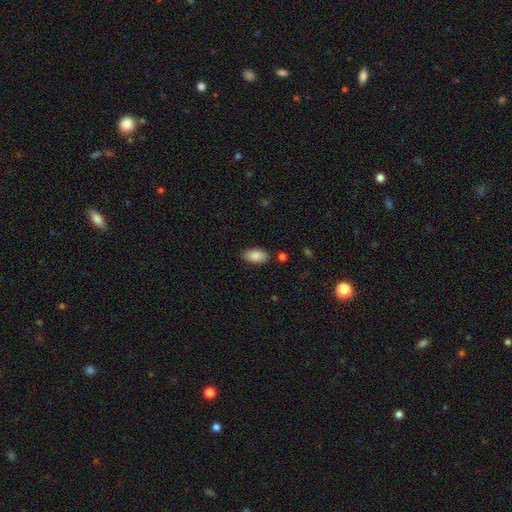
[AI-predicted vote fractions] Smooth or featured? Predicted: smooth (p=0.88). How rounded? Predicted: in between (p=0.93). Merging? Predicted: none (p=0.83).